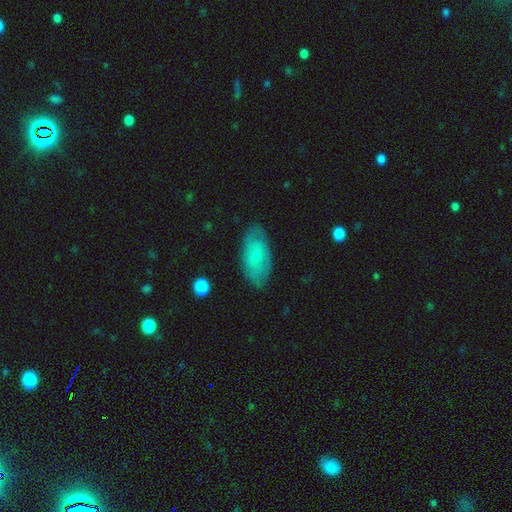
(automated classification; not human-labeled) Morphology: type=smooth (52%); roundness=in between (92%); merging=none (78%).